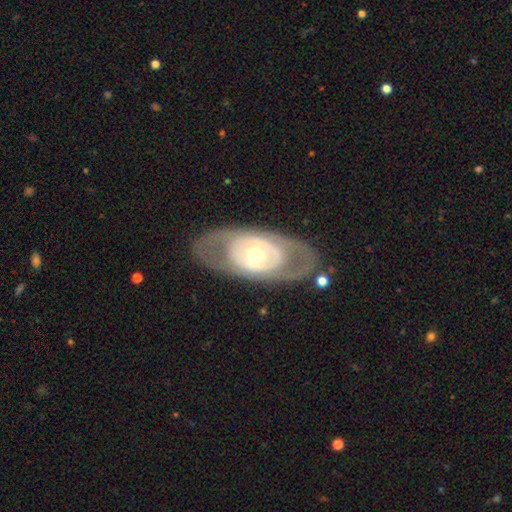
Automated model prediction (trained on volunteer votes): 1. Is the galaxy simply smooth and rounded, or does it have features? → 71% featured or disk, 24% smooth, 5% star or artifact.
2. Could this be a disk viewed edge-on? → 89% no, 11% yes.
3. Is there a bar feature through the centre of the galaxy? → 81% no, 13% weak, 6% strong.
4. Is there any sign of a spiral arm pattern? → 76% no, 24% yes.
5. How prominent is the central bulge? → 62% moderate, 26% small, 9% large, 1% dominant, 1% none.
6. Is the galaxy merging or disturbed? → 77% none, 13% minor disturbance, 9% major disturbance, 2% merger.